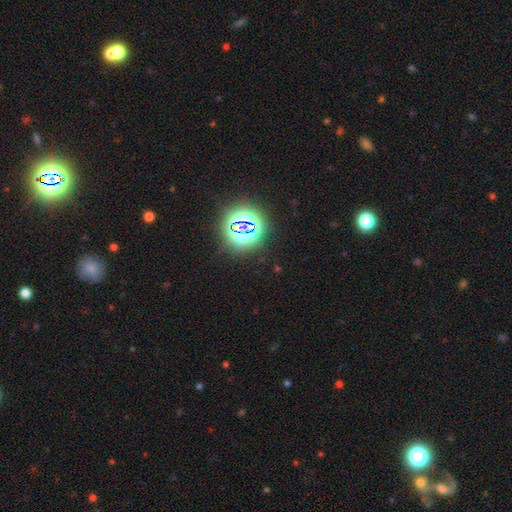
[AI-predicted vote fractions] Morphology: type=star or artifact (81%).